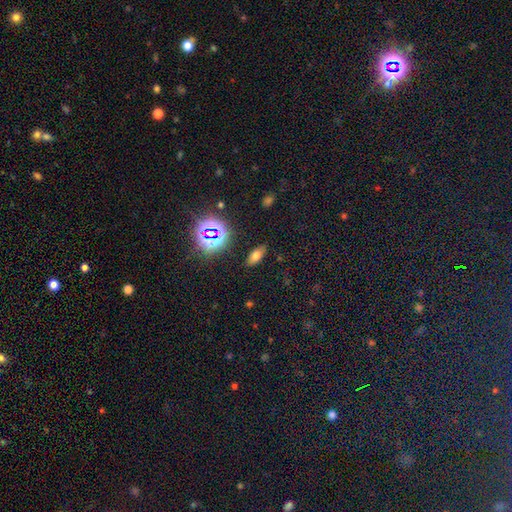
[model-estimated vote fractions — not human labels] This is likely a smooth galaxy (66%). How rounded: clearly in between (82%). Merging: clearly none (86%).